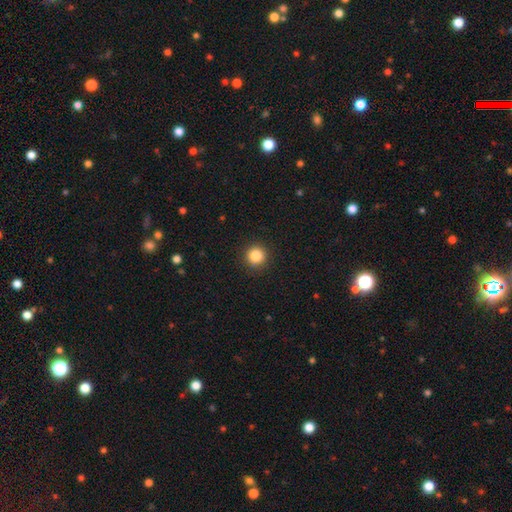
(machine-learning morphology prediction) smooth 86%, star or artifact 11%, featured or disk 4%. Down the decision tree: how rounded — round (95%); merging — none (92%).